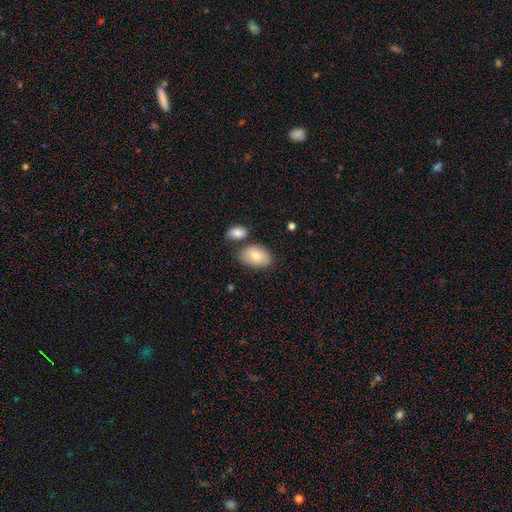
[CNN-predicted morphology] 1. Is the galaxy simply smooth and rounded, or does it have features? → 79% smooth, 14% featured or disk, 7% star or artifact.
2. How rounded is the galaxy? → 88% in between, 11% round, 1% cigar-shaped.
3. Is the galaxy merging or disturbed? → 61% none, 19% minor disturbance, 15% merger, 5% major disturbance.